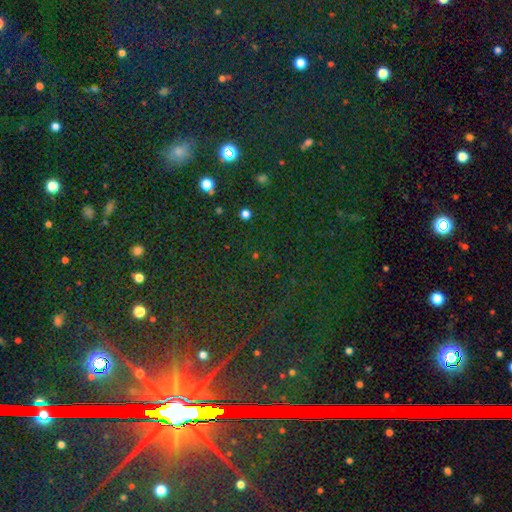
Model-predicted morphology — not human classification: type=star or artifact (73%).